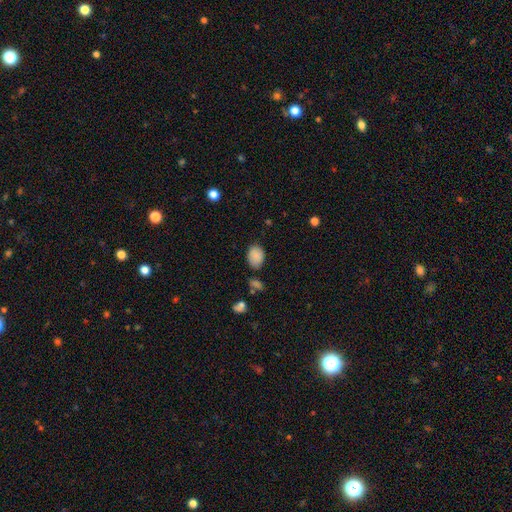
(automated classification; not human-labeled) Smooth or featured? smooth (87%)
How rounded? in between (79%)
Merging? none (74%)